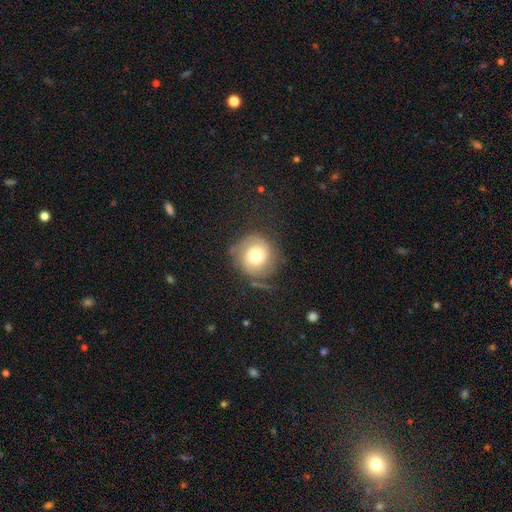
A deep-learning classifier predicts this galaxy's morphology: Smooth or featured: smooth — 51% (featured or disk — 40%)
How rounded: round — 89% (in between — 10%)
Merging: none — 68% (minor disturbance — 19%)